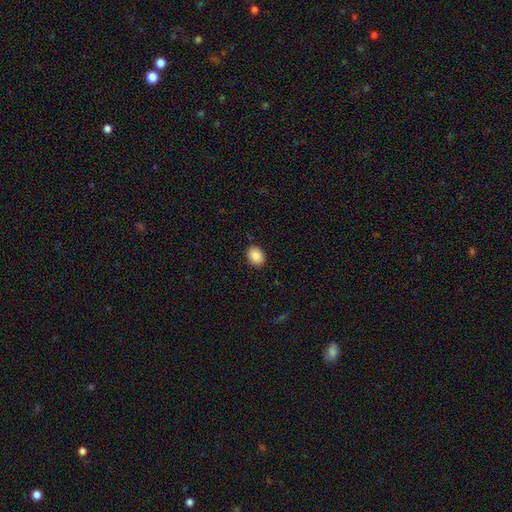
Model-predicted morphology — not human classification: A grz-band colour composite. It shows a smooth galaxy with no disk features (89%) that is in between round and cigar-shaped (59%). Merging: none (89%).